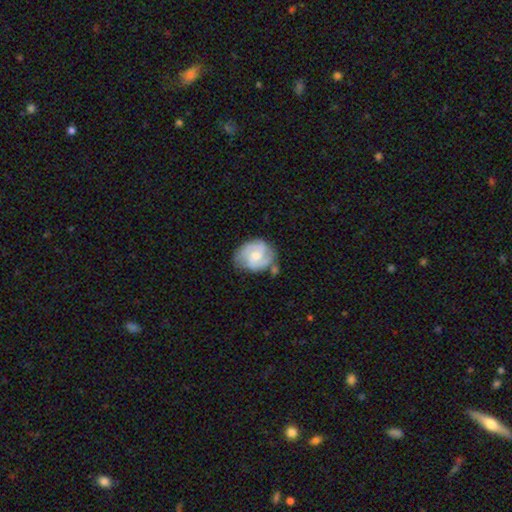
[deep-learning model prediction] Overall: featured or disk (79%). Edge-on disk: no (98%). Bar: no (53%; weak 41%). Spiral arms: yes (96%). Spiral arm count: 2 (63%). Spiral winding: tight (46%; medium 44%). Bulge size: moderate (49%; small 38%). Merging: none (67%).